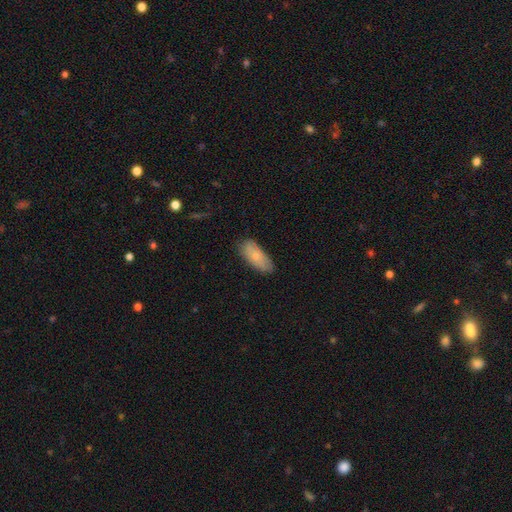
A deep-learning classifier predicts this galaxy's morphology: smooth_or_featured: smooth (p=0.73) [alt: featured or disk p=0.20]
how_rounded: in between (p=0.84) [alt: cigar-shaped p=0.14]
merging: none (p=0.77) [alt: minor disturbance p=0.19]